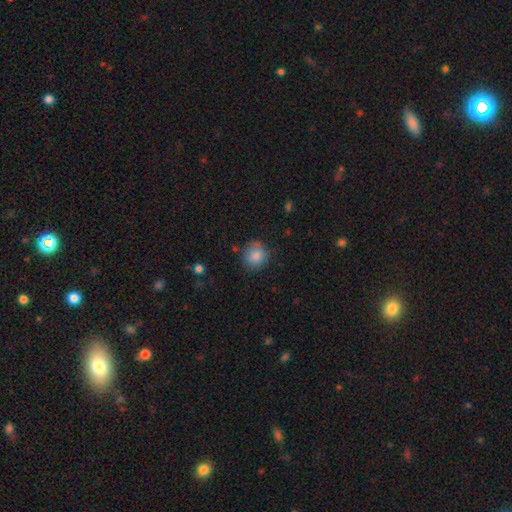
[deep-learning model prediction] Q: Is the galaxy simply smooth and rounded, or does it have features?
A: smooth — 83%.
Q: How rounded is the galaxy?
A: round — 83%.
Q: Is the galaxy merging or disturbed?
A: none — 74%.